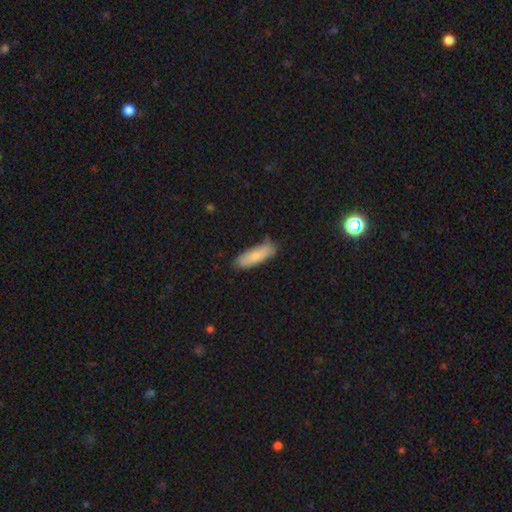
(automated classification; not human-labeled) Smooth or featured? Predicted: smooth (p=0.82). How rounded? Predicted: in between (p=0.54). Merging? Predicted: none (p=0.79).